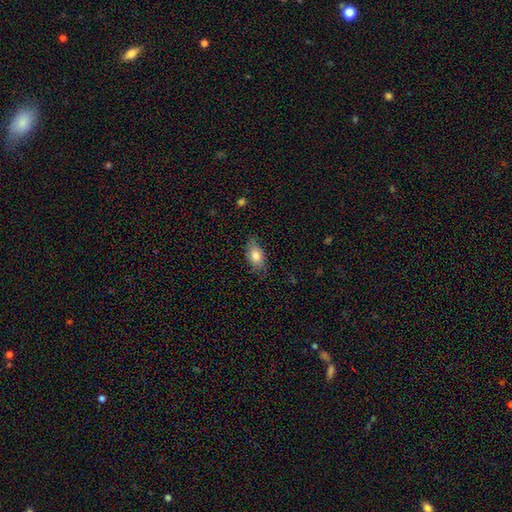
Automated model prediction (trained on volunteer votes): smooth-or-featured: smooth: 78% | featured or disk: 15% | star or artifact: 7%
  how-rounded: in between: 88% | round: 7% | cigar-shaped: 6%
  merging: none: 75% | minor disturbance: 20% | major disturbance: 4% | merger: 1%